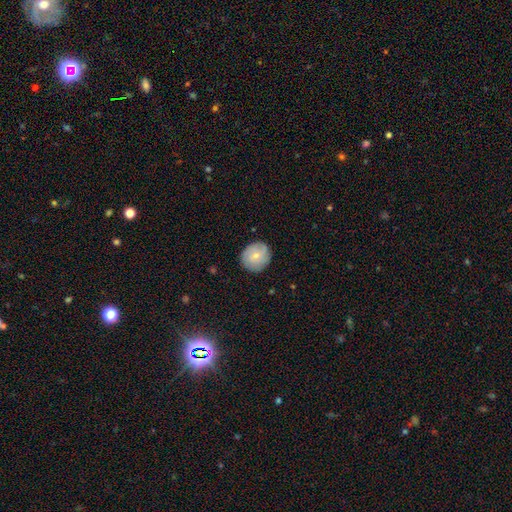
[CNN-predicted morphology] type=smooth (66%); roundness=round (86%); merging=none (85%).